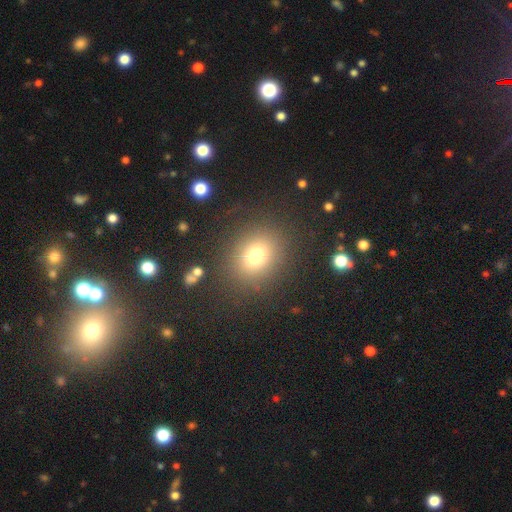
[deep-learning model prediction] Overall: smooth (73%). How rounded: round (68%; in between 31%). Merging: none (84%).